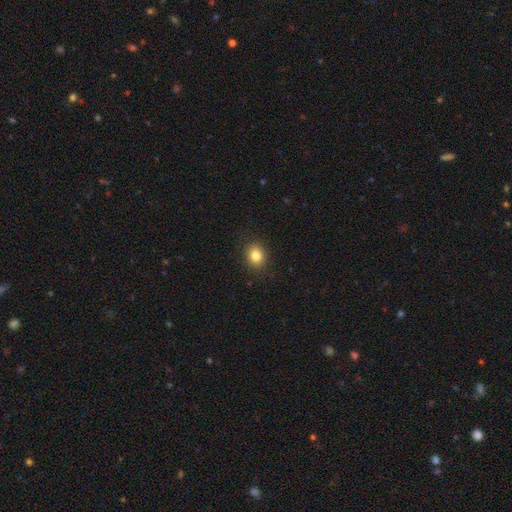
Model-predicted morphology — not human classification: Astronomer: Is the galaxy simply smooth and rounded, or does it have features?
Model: smooth — 84%.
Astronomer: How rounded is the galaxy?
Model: round — 64%.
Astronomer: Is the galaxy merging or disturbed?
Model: none — 88%.